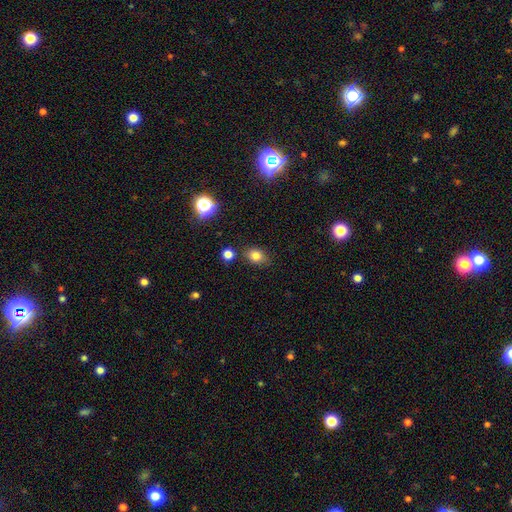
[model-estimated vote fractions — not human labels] Morphology: type=smooth (80%); roundness=in between (64%); merging=none (76%).